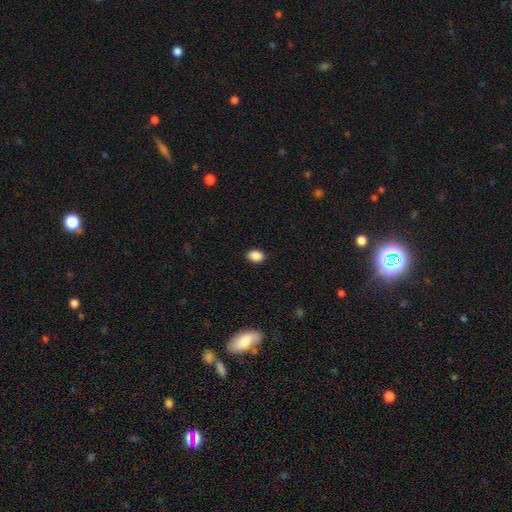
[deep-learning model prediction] Smooth or featured?
  - smooth: 88% *
  - star or artifact: 9%
  - featured or disk: 3%
How rounded?
  - in between: 65% *
  - round: 34%
  - cigar-shaped: 1%
Merging?
  - none: 89% *
  - minor disturbance: 8%
  - major disturbance: 2%
  - merger: 1%